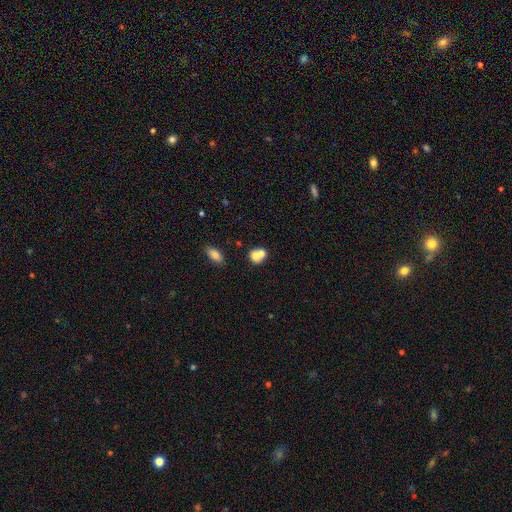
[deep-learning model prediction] Smooth or featured? Predicted: smooth (p=0.70). How rounded? Predicted: round (p=0.61). Merging? Predicted: merger (p=0.60).